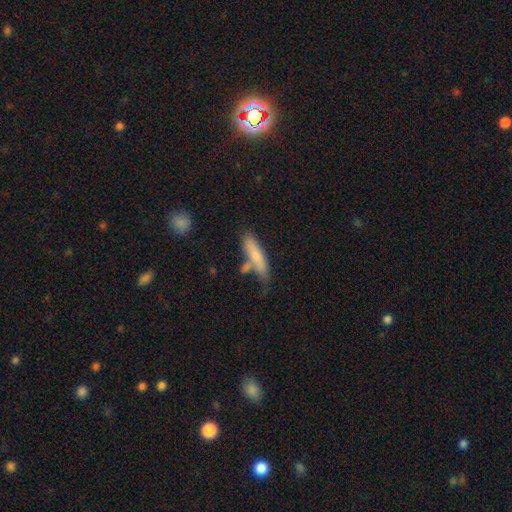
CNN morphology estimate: Overall: smooth (71%). How rounded: cigar-shaped (77%). Merging: none (56%; minor disturbance 21%).